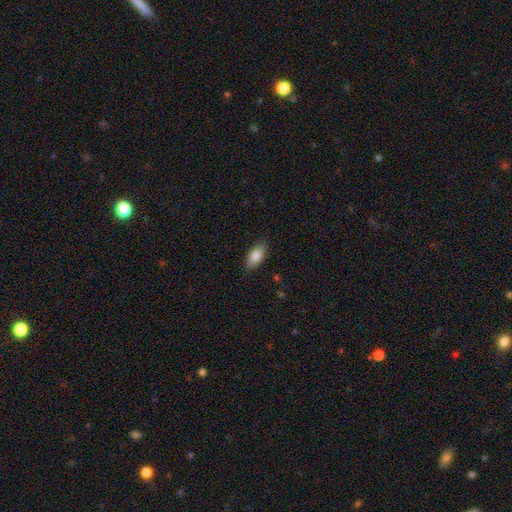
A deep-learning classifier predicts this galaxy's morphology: Smooth or featured? smooth (84%)
How rounded? in between (88%)
Merging? none (86%)